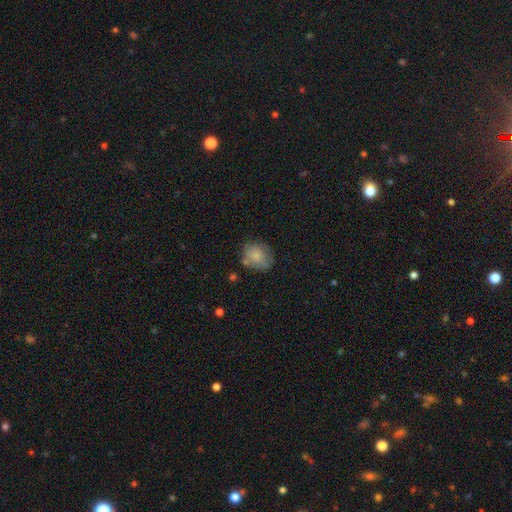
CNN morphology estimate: The model was most divided on "how rounded": round: 65%, in between: 34%, cigar-shaped: 1%. More confident: smooth or featured — smooth (76%); merging — none (62%).